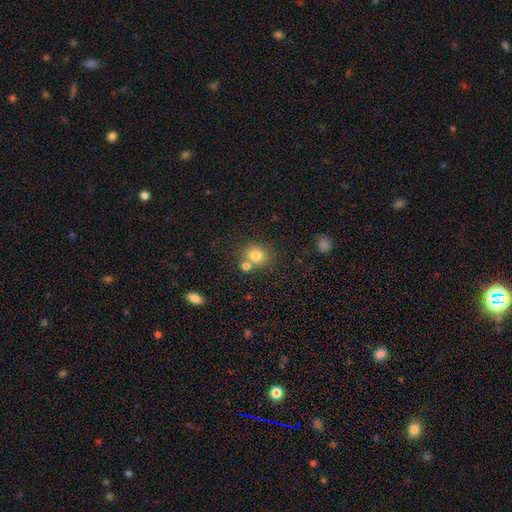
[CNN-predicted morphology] Smooth or featured?
  - smooth: 79% *
  - star or artifact: 12%
  - featured or disk: 9%
How rounded?
  - round: 81% *
  - in between: 18%
  - cigar-shaped: 1%
Merging?
  - none: 64% *
  - merger: 23%
  - minor disturbance: 10%
  - major disturbance: 3%